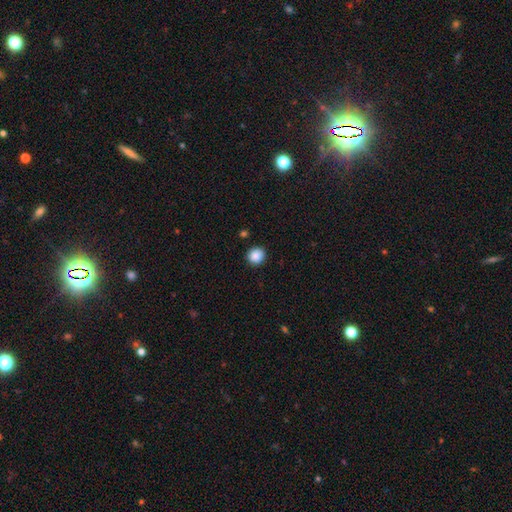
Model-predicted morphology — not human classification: The model was most divided on "smooth or featured": smooth: 88%, star or artifact: 9%, featured or disk: 3%. More confident: how rounded — round (91%); merging — none (90%).